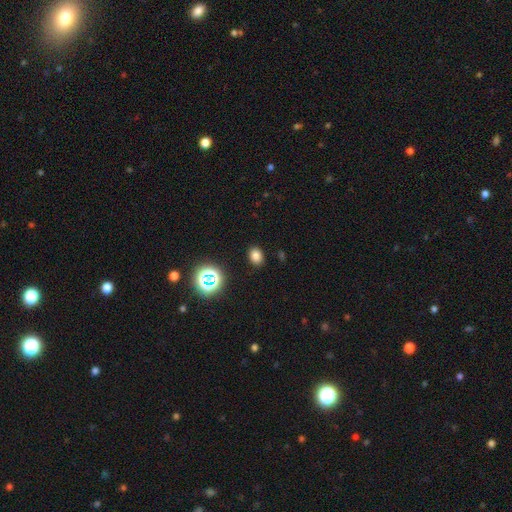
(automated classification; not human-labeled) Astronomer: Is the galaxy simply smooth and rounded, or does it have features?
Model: smooth — 76%.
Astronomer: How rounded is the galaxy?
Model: in between — 63%.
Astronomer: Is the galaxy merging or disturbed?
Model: none — 88%.